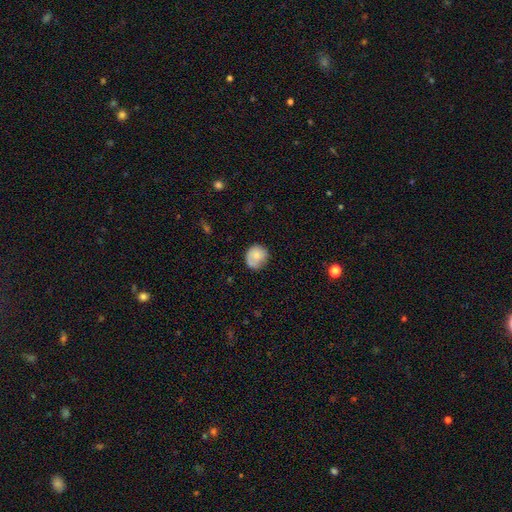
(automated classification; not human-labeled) Smooth or featured? Predicted: smooth (p=0.76). How rounded? Predicted: round (p=0.73). Merging? Predicted: none (p=0.62).